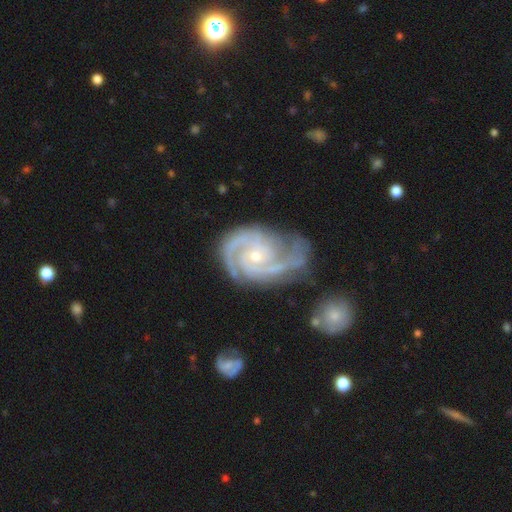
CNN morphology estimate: The model was most divided on "spiral winding": tight: 54%, medium: 40%, loose: 6%. More confident: spiral arms — yes (98%); edge-on disk — no (98%); smooth or featured — featured or disk (92%); bar — no (65%); bulge size — small (62%); merging — none (52%); spiral arm count — 2 (51%).